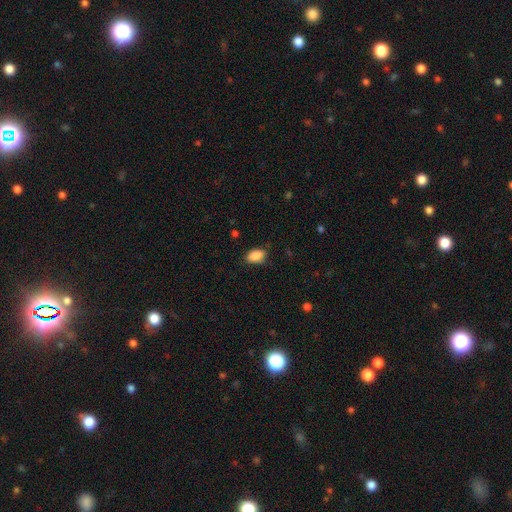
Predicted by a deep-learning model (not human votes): Smooth or featured: smooth — 89% (star or artifact — 7%)
How rounded: in between — 90% (round — 8%)
Merging: none — 80% (minor disturbance — 15%)